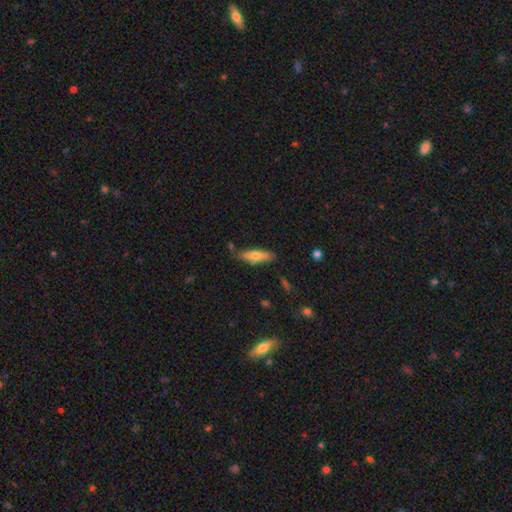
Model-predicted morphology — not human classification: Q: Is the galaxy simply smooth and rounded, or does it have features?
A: smooth — 62%.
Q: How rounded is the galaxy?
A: cigar-shaped — 57%.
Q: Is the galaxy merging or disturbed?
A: none — 70%.